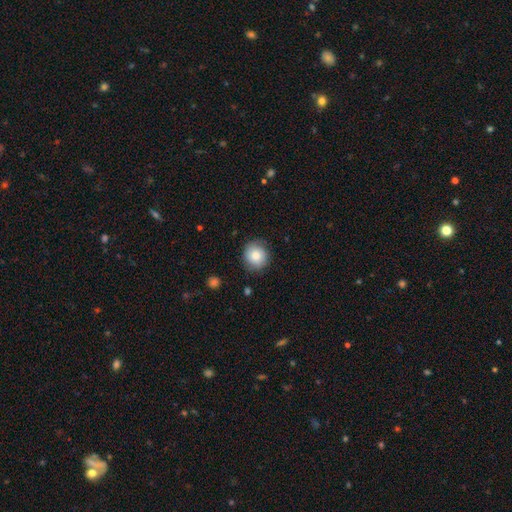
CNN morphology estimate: Smooth or featured? smooth (80%)
How rounded? round (89%)
Merging? none (82%)